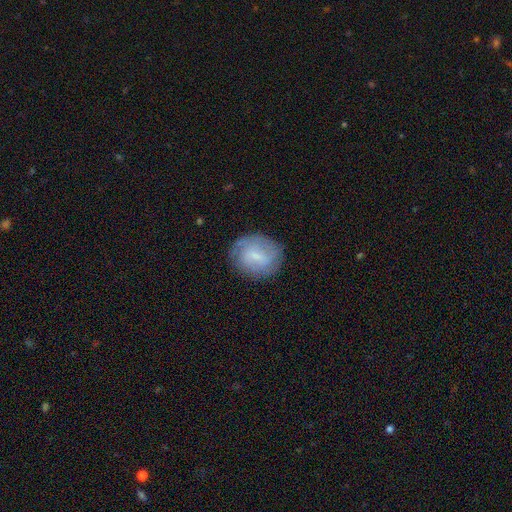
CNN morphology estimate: type=smooth (48%); merging=none (77%).